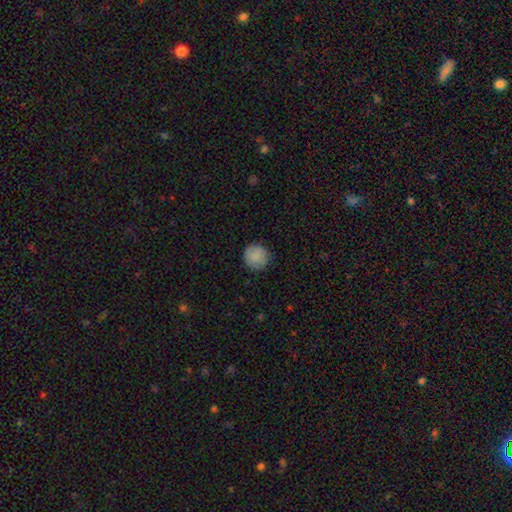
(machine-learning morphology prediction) Smooth or featured? smooth (86%)
How rounded? round (92%)
Merging? none (83%)